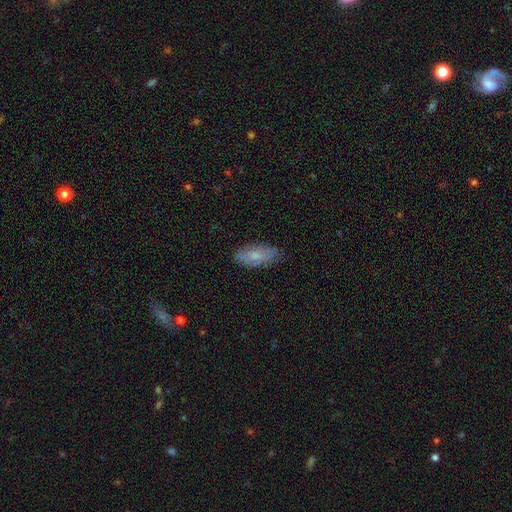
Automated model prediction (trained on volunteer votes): A smooth galaxy with no disk features (66%) that is in between round and cigar-shaped (82%). Merging: none (80%).